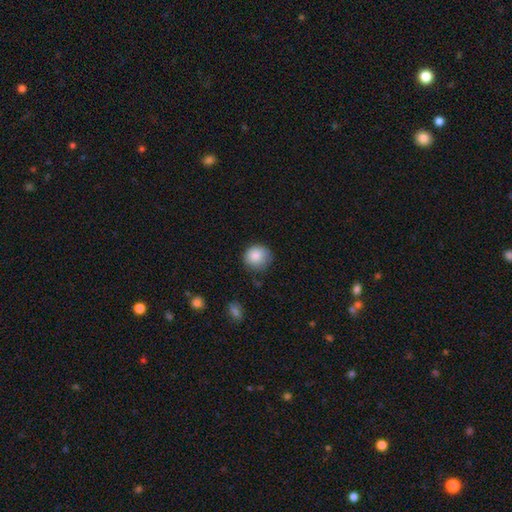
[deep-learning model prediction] A smooth galaxy with no disk features (86%) that is round (86%).

Vote fractions:
- Smooth or featured? smooth: 86% / star or artifact: 9% / featured or disk: 5%
- How rounded? round: 86% / in between: 13% / cigar-shaped: 1%
- Merging? none: 72% / minor disturbance: 21% / major disturbance: 4% / merger: 2%